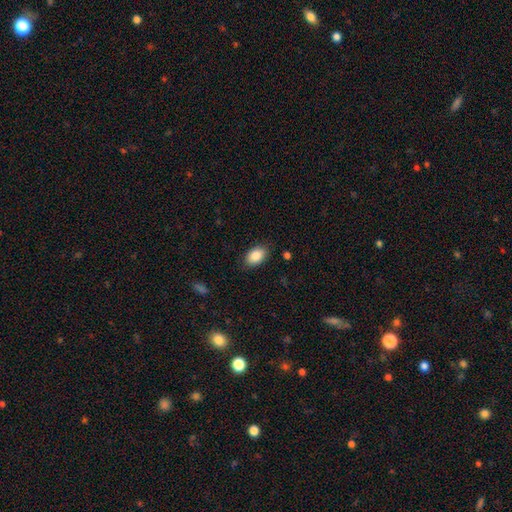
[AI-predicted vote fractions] Q: Smooth or featured?
A: smooth (87%); runner-up: star or artifact (7%)
Q: How rounded?
A: in between (90%); runner-up: round (9%)
Q: Merging?
A: none (86%); runner-up: minor disturbance (11%)